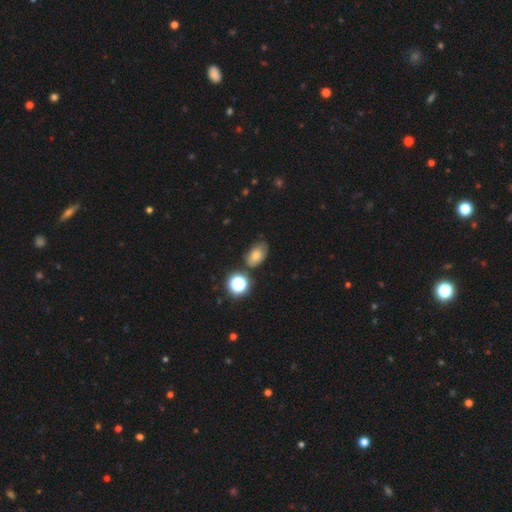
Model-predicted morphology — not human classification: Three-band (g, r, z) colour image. It shows a smooth galaxy with no disk features (64%) that is in between round and cigar-shaped (81%). Merging: none (67%).